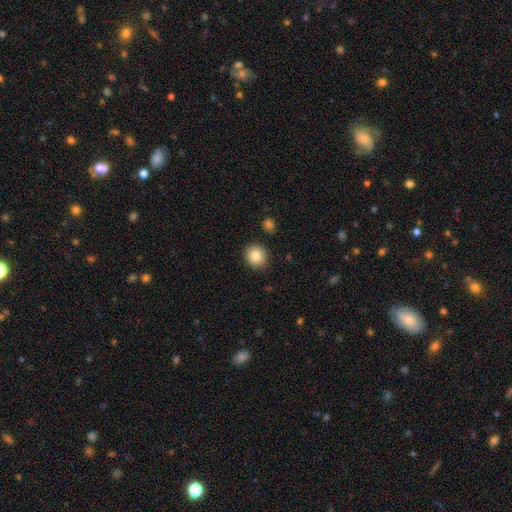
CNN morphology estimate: Smooth or featured: smooth — 84% (star or artifact — 9%)
How rounded: round — 83% (in between — 16%)
Merging: none — 87% (minor disturbance — 9%)